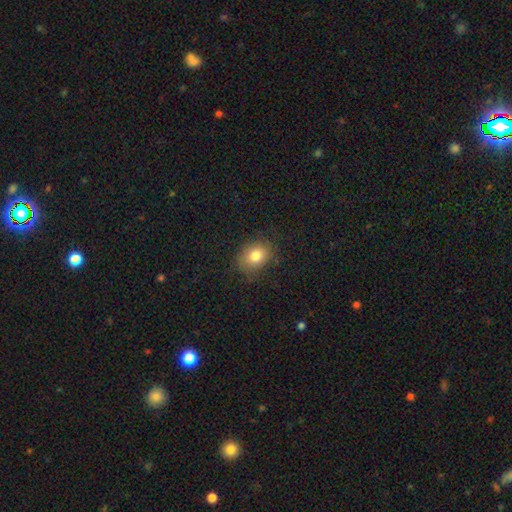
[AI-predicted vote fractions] Morphology: type=smooth (81%); roundness=in between (59%); merging=none (79%).